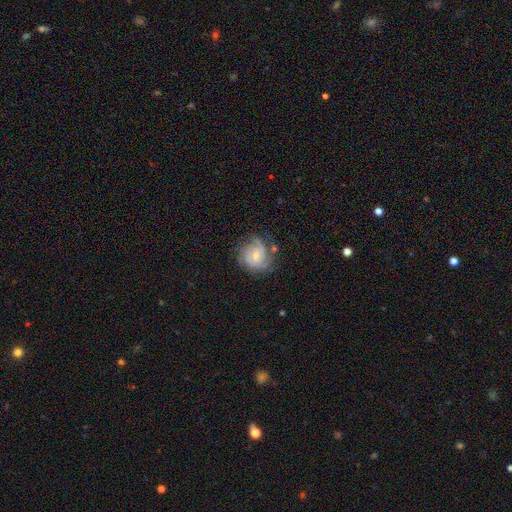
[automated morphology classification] featured or disk 76%, smooth 17%, star or artifact 7%. Down the decision tree: edge-on disk — no (98%); bar — weak (46%, tied with no); spiral arms — yes (92%); spiral arm count — can't tell (32%); spiral winding — tight (55%); bulge size — small (52%); merging — none (62%).